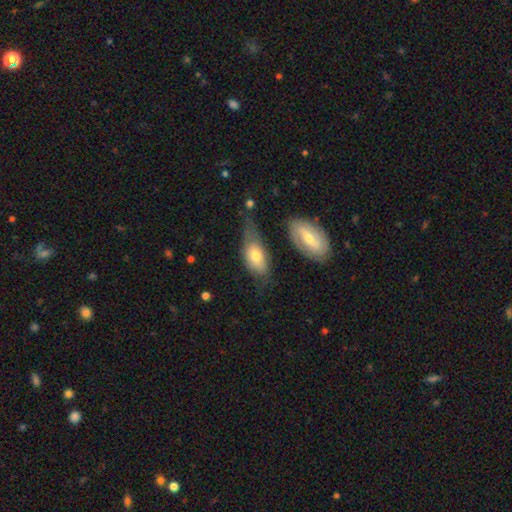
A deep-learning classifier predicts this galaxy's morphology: The model was most divided on "merging": none: 36%, minor disturbance: 30%, major disturbance: 21%, merger: 13%. More confident: how rounded — in between (86%); smooth or featured — smooth (65%).